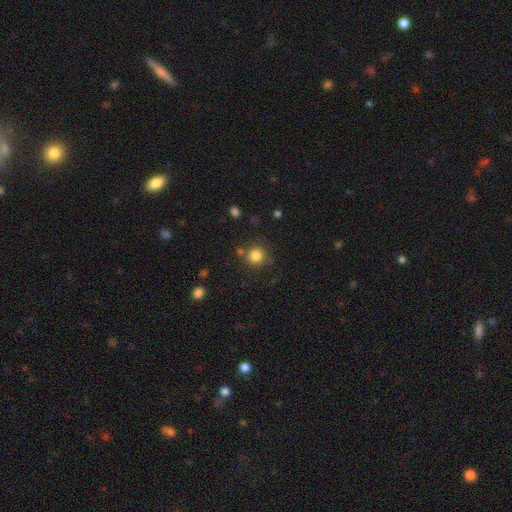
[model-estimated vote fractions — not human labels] A smooth galaxy with no disk features (83%) that is round (92%).

Vote fractions:
- Smooth or featured? smooth: 83% / star or artifact: 12% / featured or disk: 6%
- How rounded? round: 92% / in between: 7% / cigar-shaped: 1%
- Merging? none: 78% / minor disturbance: 11% / merger: 7% / major disturbance: 4%